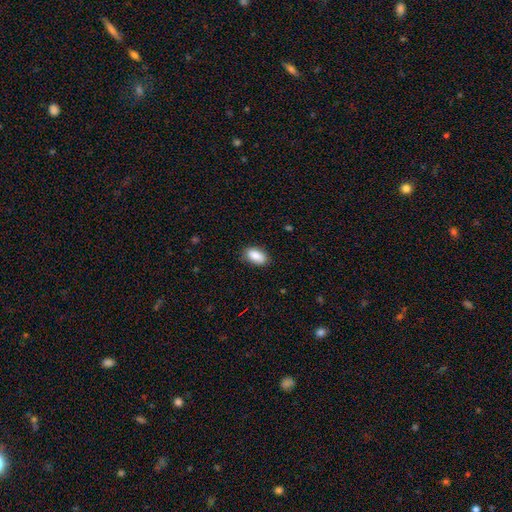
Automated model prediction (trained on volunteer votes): The model was most divided on "merging": none: 84%, minor disturbance: 13%, major disturbance: 2%, merger: 1%. More confident: how rounded — in between (92%); smooth or featured — smooth (88%).